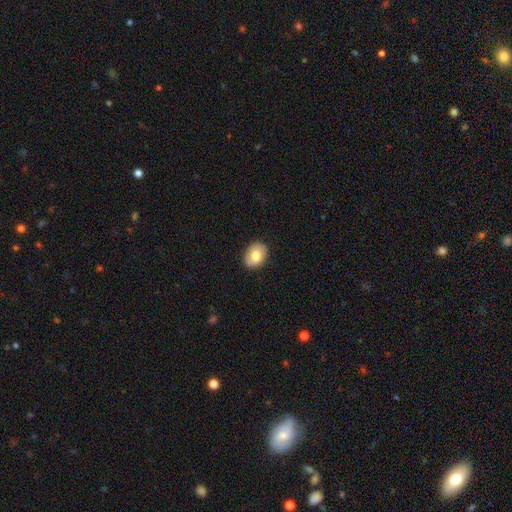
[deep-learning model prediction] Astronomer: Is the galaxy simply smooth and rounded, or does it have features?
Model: smooth — 76%.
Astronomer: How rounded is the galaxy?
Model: in between — 66%.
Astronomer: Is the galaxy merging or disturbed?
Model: none — 82%.